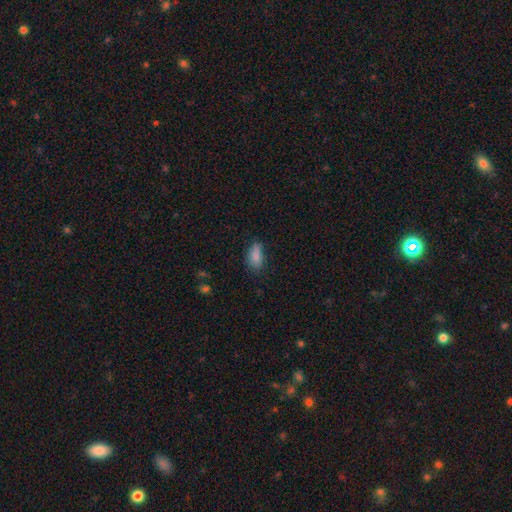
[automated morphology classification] Overall: smooth (83%). How rounded: in between (83%). Merging: none (61%; minor disturbance 29%).